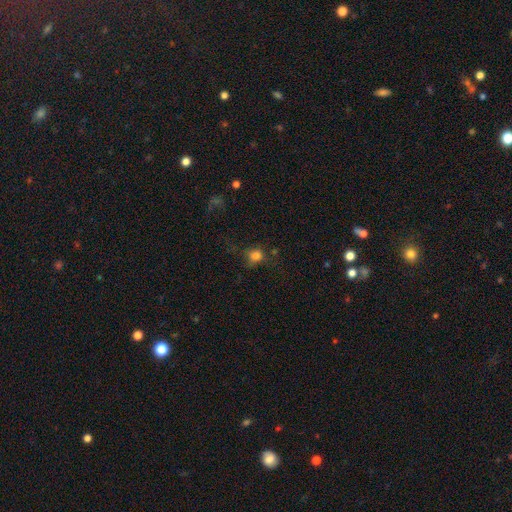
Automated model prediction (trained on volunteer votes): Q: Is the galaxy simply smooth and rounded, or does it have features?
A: smooth — 75%.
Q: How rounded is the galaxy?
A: round — 74%.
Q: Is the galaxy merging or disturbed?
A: none — 58%.